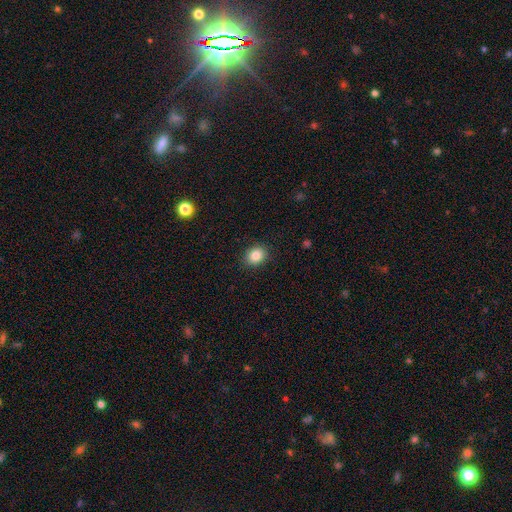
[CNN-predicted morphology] Smooth or featured? smooth (85%)
How rounded? round (60%)
Merging? none (90%)